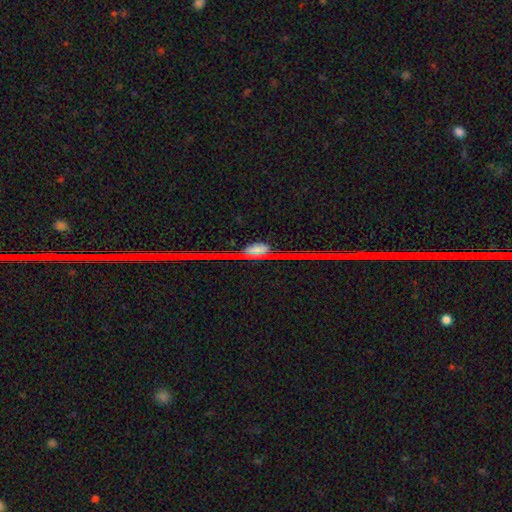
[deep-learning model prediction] This is clearly a star or artifact rather than a galaxy (83%).